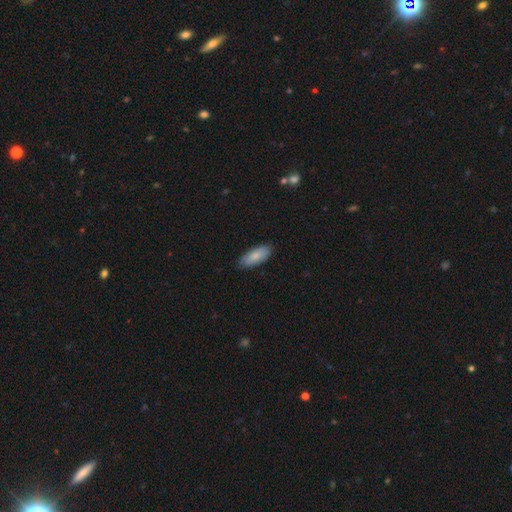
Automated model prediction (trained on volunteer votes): The model was most divided on "how rounded": in between: 81%, cigar-shaped: 17%, round: 2%. More confident: merging — none (86%); smooth or featured — smooth (83%).